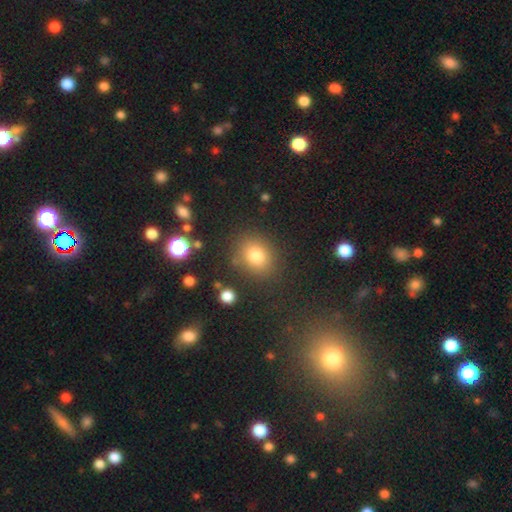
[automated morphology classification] type=smooth (79%); roundness=round (62%); merging=none (81%).